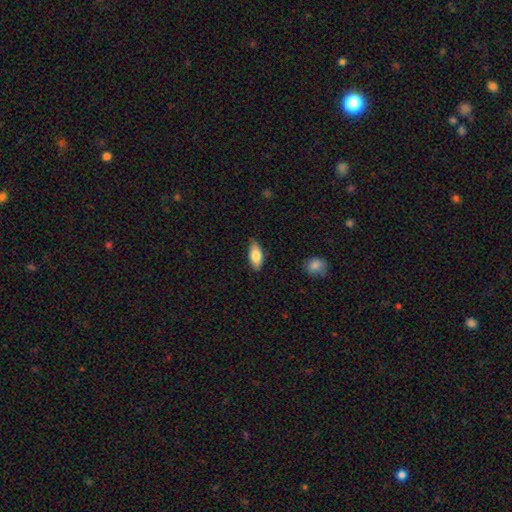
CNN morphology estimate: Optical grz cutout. It shows a smooth galaxy with no disk features (80%) that is in between round and cigar-shaped (84%). Merging: none (82%).